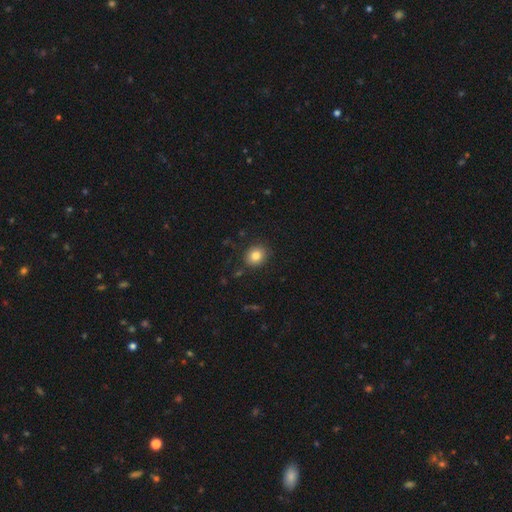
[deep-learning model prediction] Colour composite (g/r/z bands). It shows a smooth galaxy with no disk features (83%) that is round (70%). Merging: none (87%).